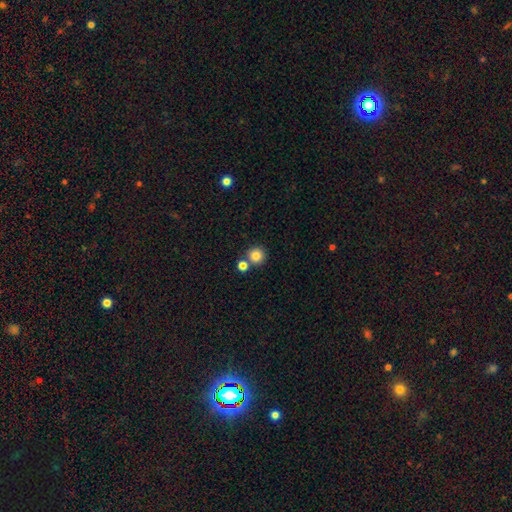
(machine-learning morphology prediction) The model was most divided on "merging": none: 71%, merger: 20%, minor disturbance: 7%, major disturbance: 2%. More confident: how rounded — round (94%); smooth or featured — smooth (84%).